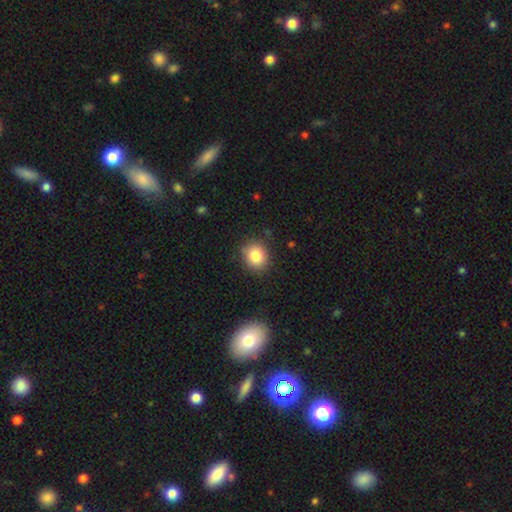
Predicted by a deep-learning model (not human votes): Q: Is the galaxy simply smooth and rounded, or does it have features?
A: smooth — 83%.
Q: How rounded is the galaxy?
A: round — 69%.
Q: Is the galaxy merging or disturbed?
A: none — 85%.